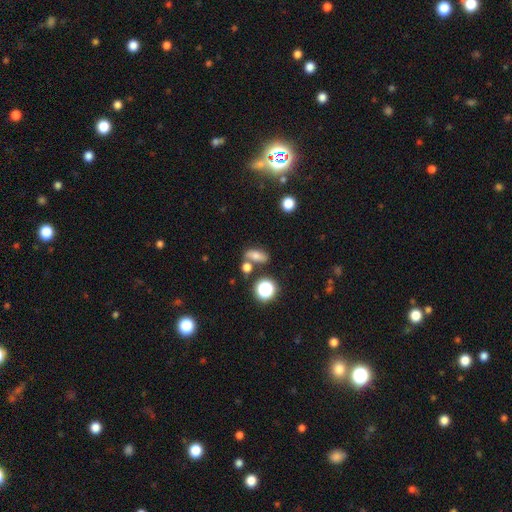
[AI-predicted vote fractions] Q: Smooth or featured?
A: smooth (67%); runner-up: featured or disk (17%)
Q: How rounded?
A: in between (65%); runner-up: round (19%)
Q: Merging?
A: none (63%); runner-up: merger (17%)